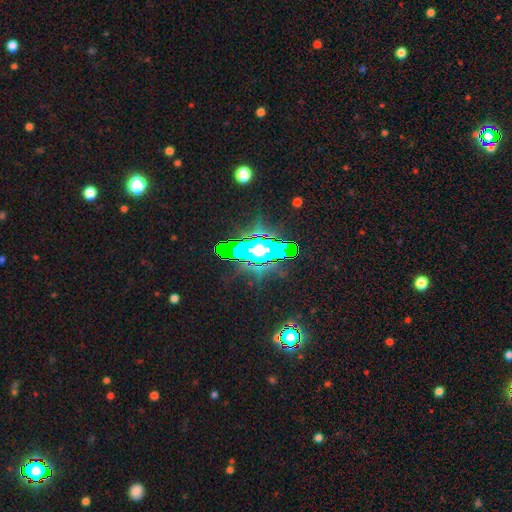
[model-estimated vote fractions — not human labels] This is possibly a star or artifact rather than a galaxy (46%).